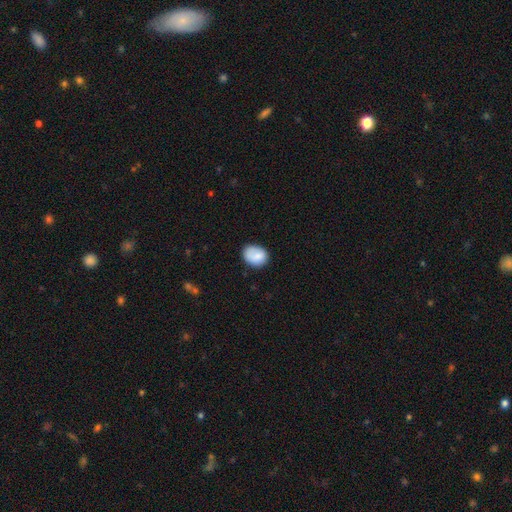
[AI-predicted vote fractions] This is clearly a smooth galaxy (84%). How rounded: likely in between (61%). Merging: likely none (73%).